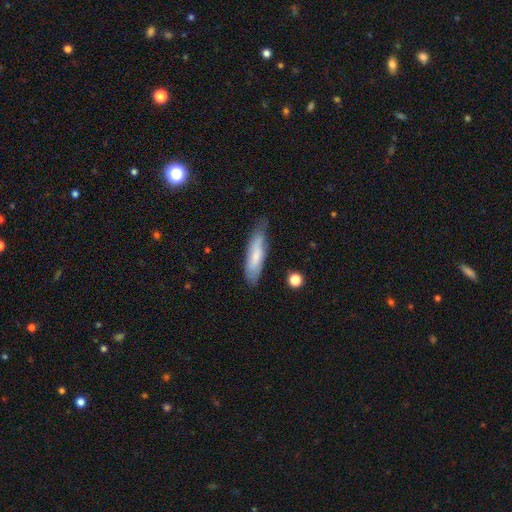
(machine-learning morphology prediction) This appears to be a smooth galaxy with no disk features (65%) that is cigar-shaped (68%). Merging: none (67%).